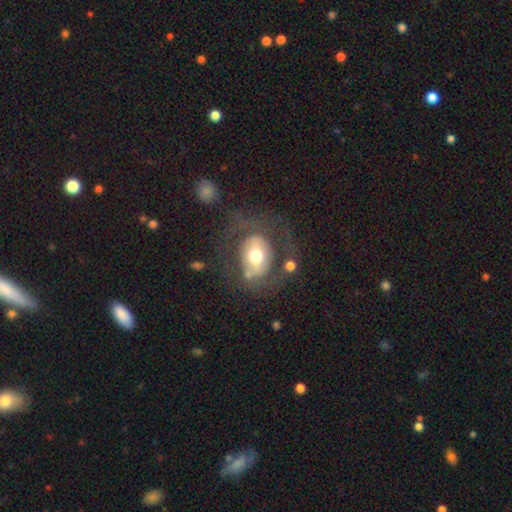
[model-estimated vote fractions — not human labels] smooth-or-featured: featured or disk: 50% | smooth: 42% | star or artifact: 8%
  disk-edge-on: no: 93% | yes: 7%
  merging: none: 54% | major disturbance: 22% | minor disturbance: 17% | merger: 6%